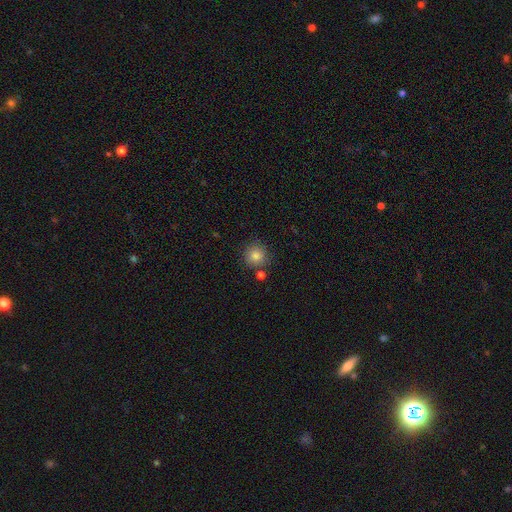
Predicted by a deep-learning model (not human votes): Morphology: type=smooth (83%); roundness=round (93%); merging=none (80%).